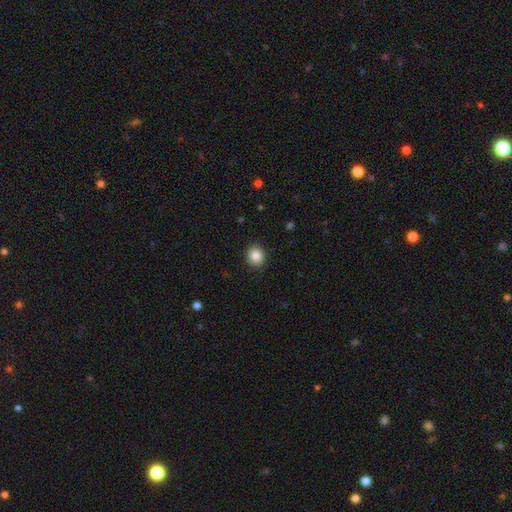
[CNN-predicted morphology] Q: Smooth or featured?
A: smooth (86%); runner-up: star or artifact (9%)
Q: How rounded?
A: round (82%); runner-up: in between (17%)
Q: Merging?
A: none (90%); runner-up: minor disturbance (7%)